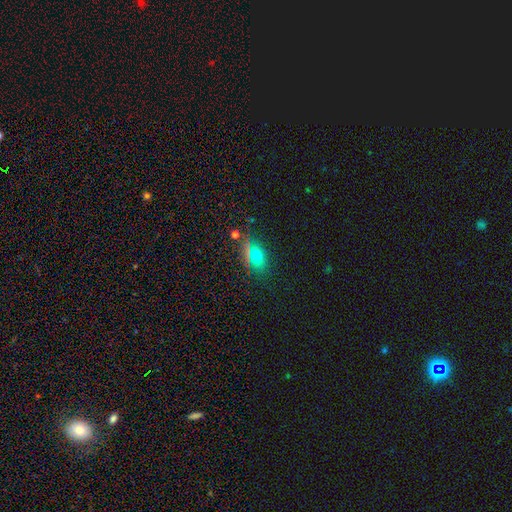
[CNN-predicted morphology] type=smooth (64%); roundness=in between (75%); merging=none (79%).